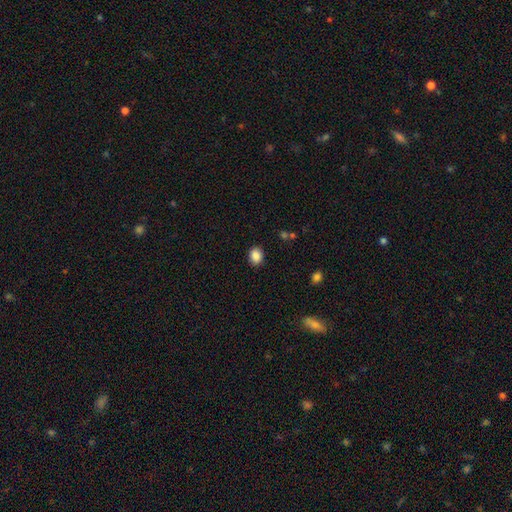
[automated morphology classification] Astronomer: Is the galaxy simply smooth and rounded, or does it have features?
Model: smooth — 87%.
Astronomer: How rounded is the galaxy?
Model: round — 52% (runner-up: in between, 47%).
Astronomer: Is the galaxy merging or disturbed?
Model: none — 89%.